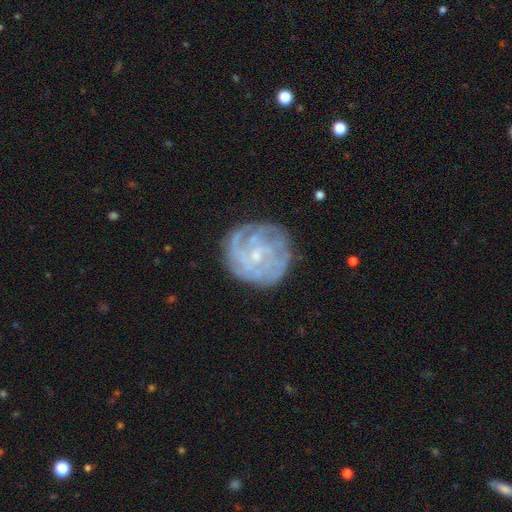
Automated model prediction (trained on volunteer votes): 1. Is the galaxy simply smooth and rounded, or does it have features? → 73% featured or disk, 18% smooth, 8% star or artifact.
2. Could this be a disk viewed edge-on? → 98% no, 2% yes.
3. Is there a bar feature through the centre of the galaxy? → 60% no, 34% weak, 6% strong.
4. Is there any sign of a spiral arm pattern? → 82% yes, 18% no.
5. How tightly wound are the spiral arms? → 67% tight, 24% medium, 9% loose.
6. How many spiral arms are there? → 49% can't tell, 15% 4, 12% 3, 10% 2, 8% more than 4, 6% 1.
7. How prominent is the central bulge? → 71% small, 17% moderate, 10% none, 1% large, 1% dominant.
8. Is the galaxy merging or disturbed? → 77% none, 15% minor disturbance, 7% major disturbance, 1% merger.